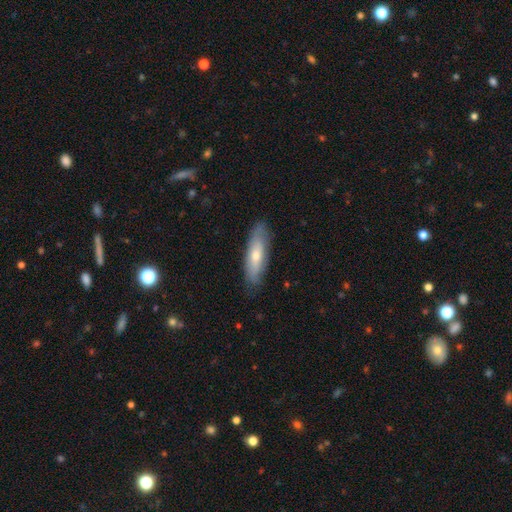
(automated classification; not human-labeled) A smooth galaxy with no disk features (58%) that is cigar-shaped (56%).

Vote fractions:
- Smooth or featured? smooth: 58% / featured or disk: 36% / star or artifact: 6%
- How rounded? cigar-shaped: 56% / in between: 42% / round: 2%
- Merging? none: 83% / minor disturbance: 13% / major disturbance: 3% / merger: 1%